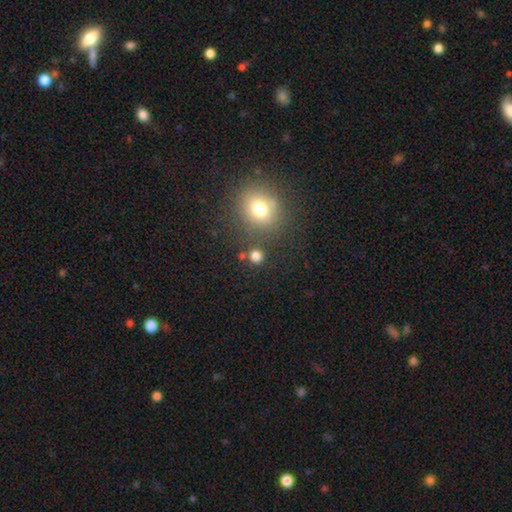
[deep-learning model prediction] The model was most divided on "smooth or featured": smooth: 78%, star or artifact: 16%, featured or disk: 6%. More confident: how rounded — round (88%); merging — none (79%).